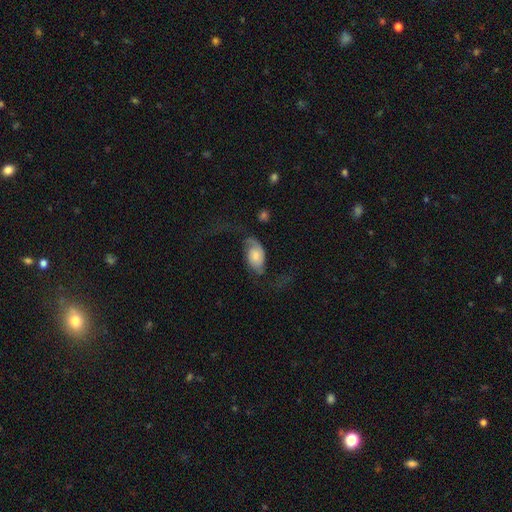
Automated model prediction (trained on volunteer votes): Smooth or featured? featured or disk (62%)
Edge-on disk? no (95%)
Bar? no (69%)
Spiral arms? yes (88%)
Spiral winding? loose (64%)
Spiral arm count? 2 (83%)
Bulge size? moderate (47%)
Merging? none (41%)